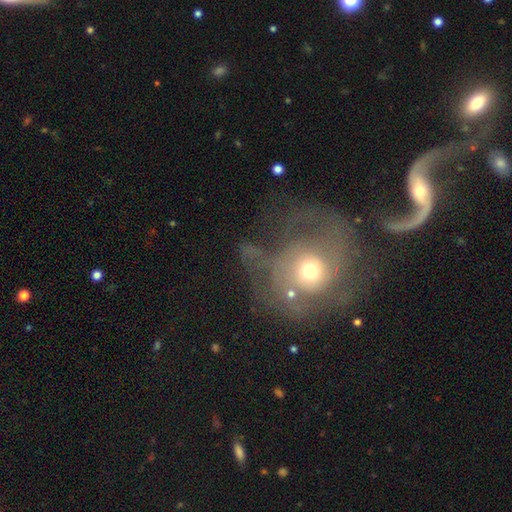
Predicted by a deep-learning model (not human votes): Overall: featured or disk (54%; smooth 32%). Edge-on disk: no (96%). Bar: no (83%). Spiral arms: yes (55%; no 45%). Bulge size: moderate (61%; small 29%). Merging: none (37%; major disturbance 35%).